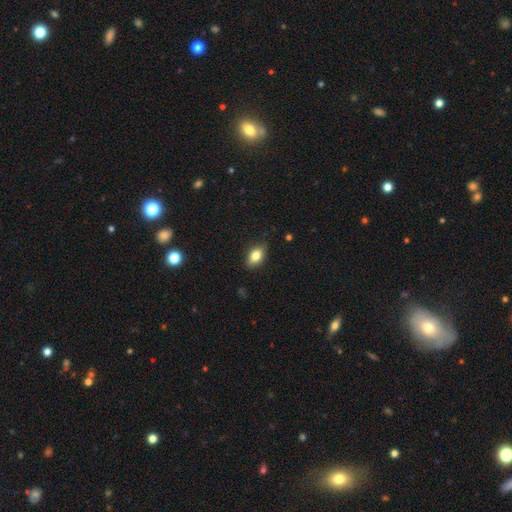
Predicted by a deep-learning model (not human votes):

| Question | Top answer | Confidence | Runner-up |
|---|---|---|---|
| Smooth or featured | smooth | 80% | featured or disk (12%) |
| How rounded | in between | 84% | round (13%) |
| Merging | none | 83% | minor disturbance (14%) |